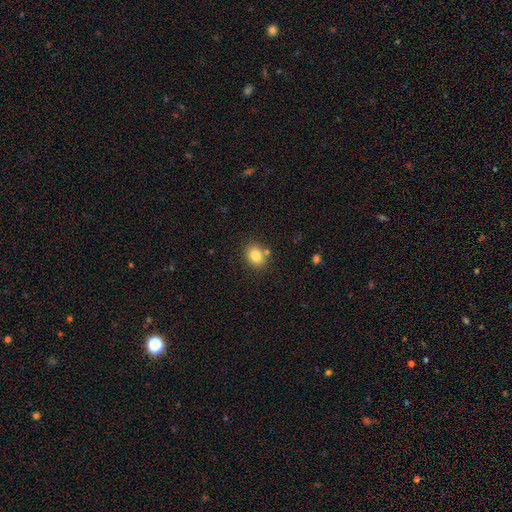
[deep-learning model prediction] Smooth or featured: smooth — 82% (star or artifact — 10%)
How rounded: in between — 56% (round — 43%)
Merging: none — 78% (minor disturbance — 11%)